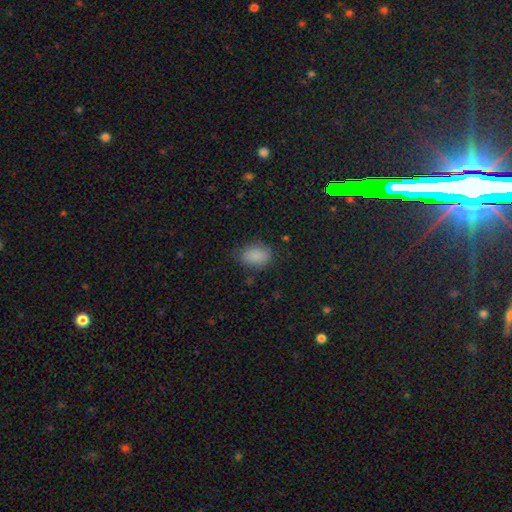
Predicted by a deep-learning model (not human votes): Overall: smooth (86%). How rounded: in between (81%). Merging: none (75%).